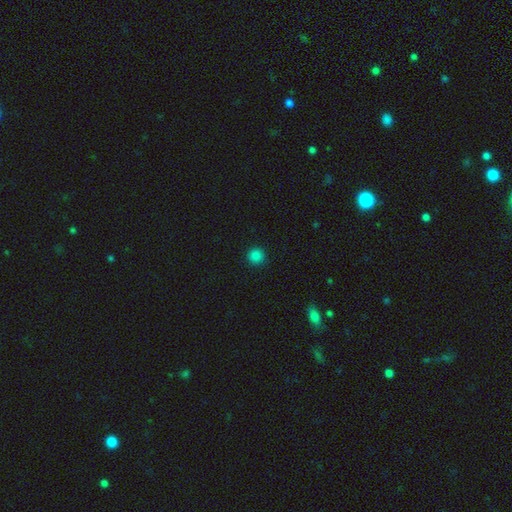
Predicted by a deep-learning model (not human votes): Smooth or featured?
  - smooth: 84% *
  - star or artifact: 13%
  - featured or disk: 3%
How rounded?
  - round: 95% *
  - in between: 4%
  - cigar-shaped: 1%
Merging?
  - none: 93% *
  - minor disturbance: 5%
  - major disturbance: 2%
  - merger: 1%